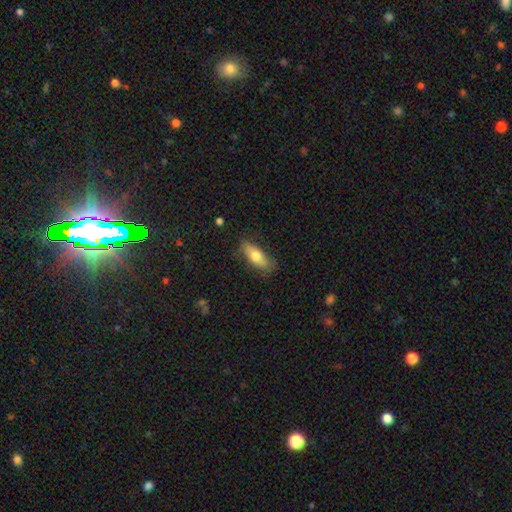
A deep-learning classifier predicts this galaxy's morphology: smooth 69%, featured or disk 25%, star or artifact 6%. Down the decision tree: how rounded — in between (69%); merging — none (76%).